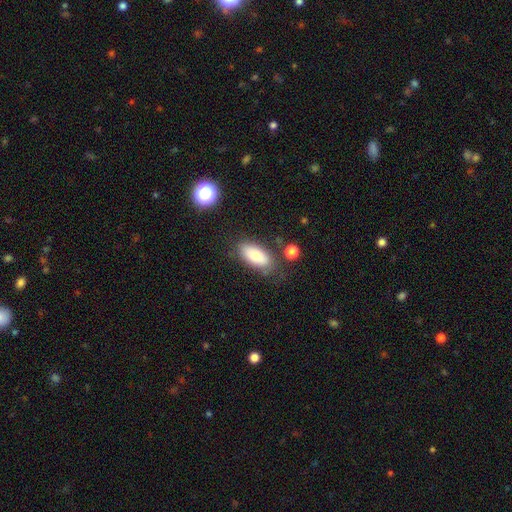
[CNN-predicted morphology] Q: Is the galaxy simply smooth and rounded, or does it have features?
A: smooth — 79%.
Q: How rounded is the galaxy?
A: in between — 88%.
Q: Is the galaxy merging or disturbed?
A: none — 72%.